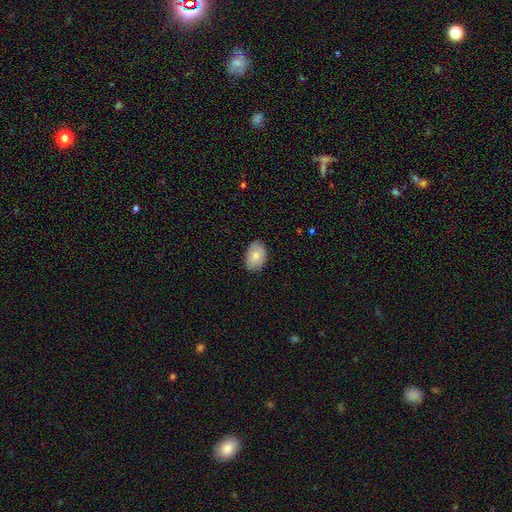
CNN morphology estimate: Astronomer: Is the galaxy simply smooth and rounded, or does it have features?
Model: smooth — 81%.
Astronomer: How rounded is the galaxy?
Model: in between — 85%.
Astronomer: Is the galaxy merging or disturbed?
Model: none — 85%.